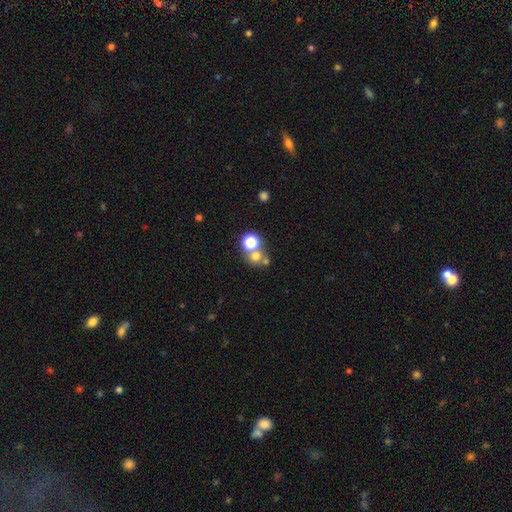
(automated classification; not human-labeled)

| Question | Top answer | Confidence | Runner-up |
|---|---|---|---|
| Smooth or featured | smooth | 65% | star or artifact (21%) |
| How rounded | round | 83% | in between (16%) |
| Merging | none | 47% | merger (42%) |